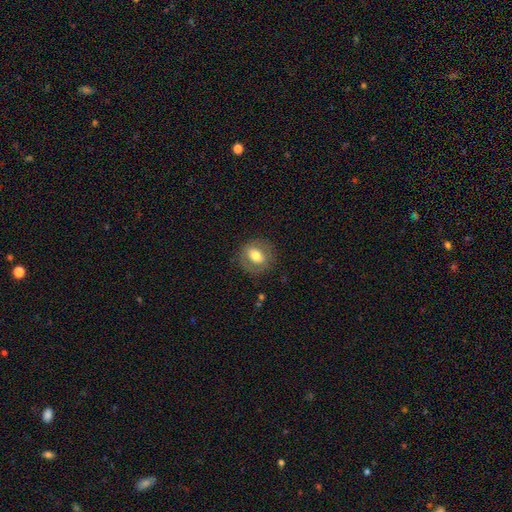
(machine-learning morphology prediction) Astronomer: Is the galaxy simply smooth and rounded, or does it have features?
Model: smooth — 59%.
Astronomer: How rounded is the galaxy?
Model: round — 65%.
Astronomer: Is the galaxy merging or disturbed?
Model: none — 81%.